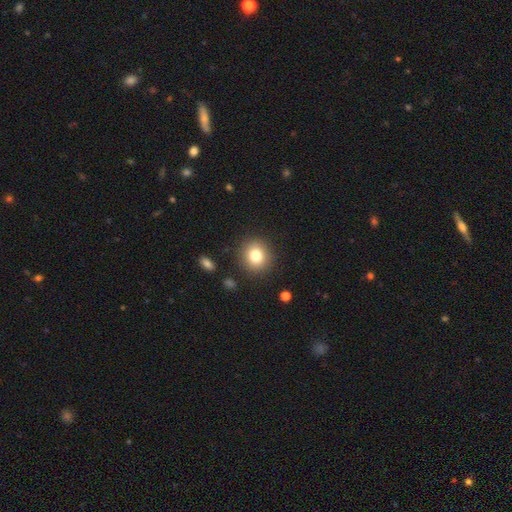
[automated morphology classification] A smooth galaxy with no disk features (80%) that is round (84%).

Vote fractions:
- Smooth or featured? smooth: 80% / star or artifact: 11% / featured or disk: 9%
- How rounded? round: 84% / in between: 15% / cigar-shaped: 1%
- Merging? none: 89% / minor disturbance: 7% / major disturbance: 3% / merger: 2%